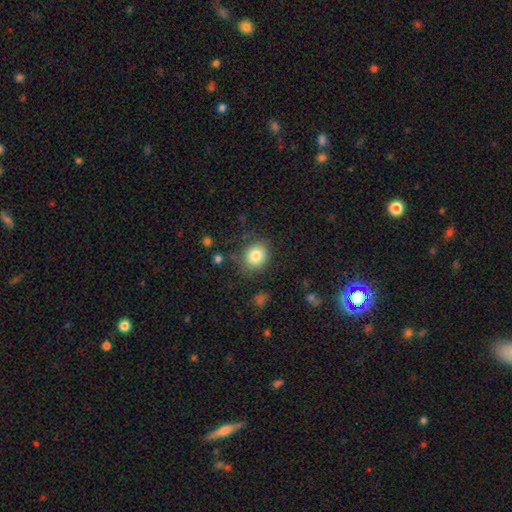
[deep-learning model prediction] The model was most divided on "how rounded": round: 67%, in between: 33%, cigar-shaped: 1%. More confident: smooth or featured — smooth (83%); merging — none (79%).